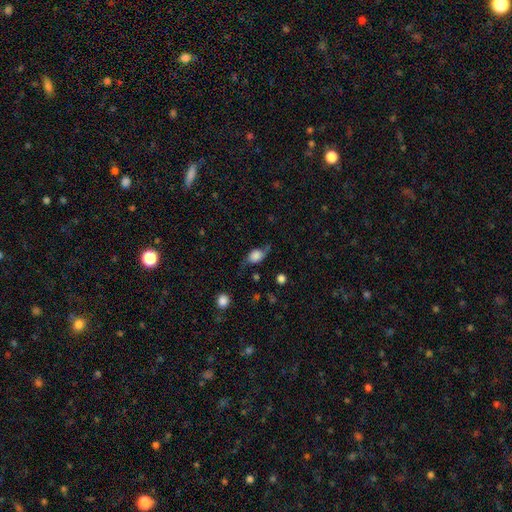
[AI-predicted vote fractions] smooth_or_featured: smooth (p=0.60) [alt: featured or disk p=0.30]
how_rounded: in between (p=0.66) [alt: round p=0.31]
merging: none (p=0.52) [alt: minor disturbance p=0.29]